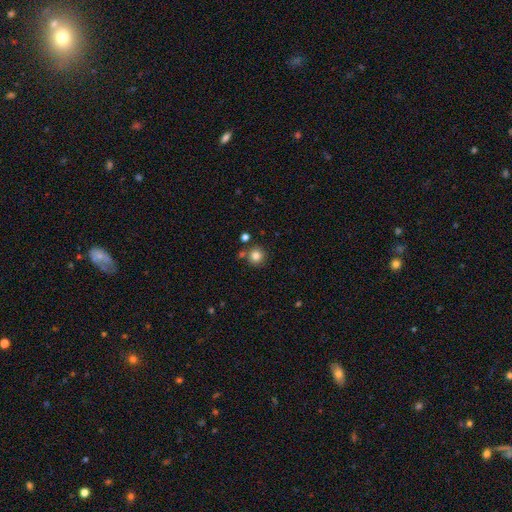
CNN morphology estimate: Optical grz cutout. It shows a smooth galaxy with no disk features (82%) that is round (94%). Merging: none (79%).